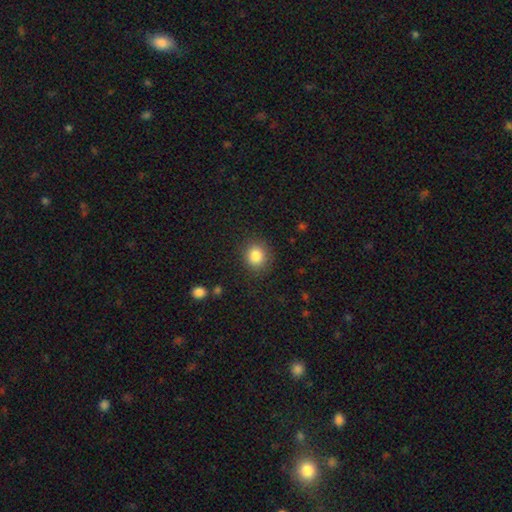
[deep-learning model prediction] Q: Smooth or featured?
A: smooth (85%); runner-up: star or artifact (10%)
Q: How rounded?
A: round (84%); runner-up: in between (15%)
Q: Merging?
A: none (86%); runner-up: minor disturbance (9%)